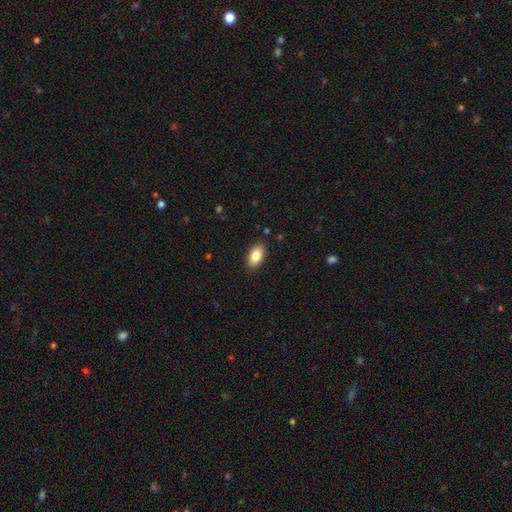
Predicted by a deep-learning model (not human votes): The model was most divided on "smooth or featured": smooth: 84%, featured or disk: 9%, star or artifact: 7%. More confident: how rounded — in between (93%); merging — none (89%).